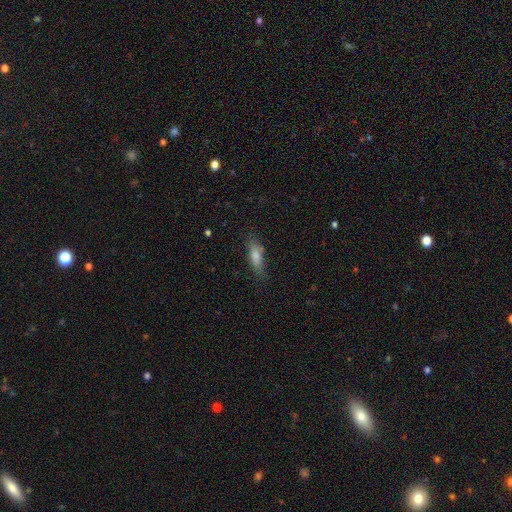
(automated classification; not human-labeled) Morphology: type=smooth (77%); roundness=in between (52%); merging=none (71%).